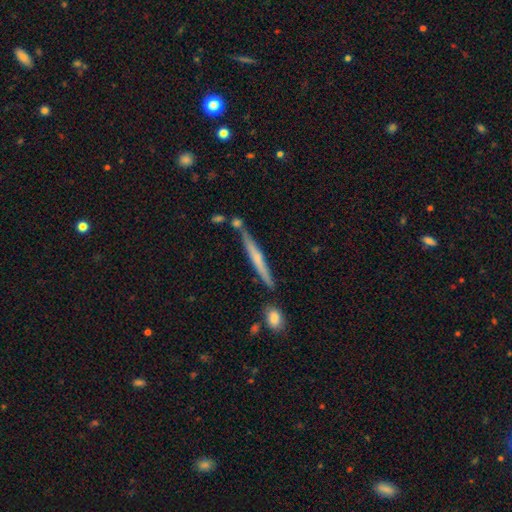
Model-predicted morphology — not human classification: This appears to be a featured or disk galaxy (47%, tied with smooth). Merging: none (80%).